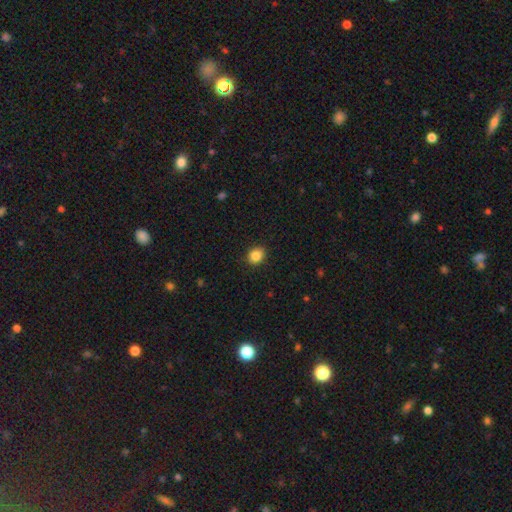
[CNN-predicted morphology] This is clearly a smooth galaxy (86%). How rounded: likely round (63%). Merging: clearly none (88%).